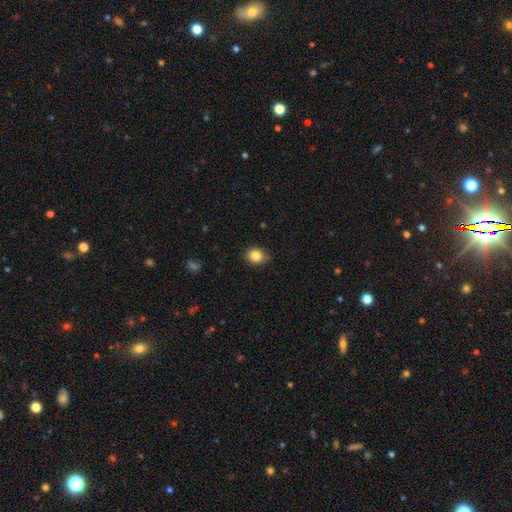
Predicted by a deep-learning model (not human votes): smooth-or-featured: smooth: 83% | star or artifact: 10% | featured or disk: 6%
  how-rounded: round: 62% | in between: 37% | cigar-shaped: 1%
  merging: none: 80% | minor disturbance: 16% | major disturbance: 3% | merger: 1%